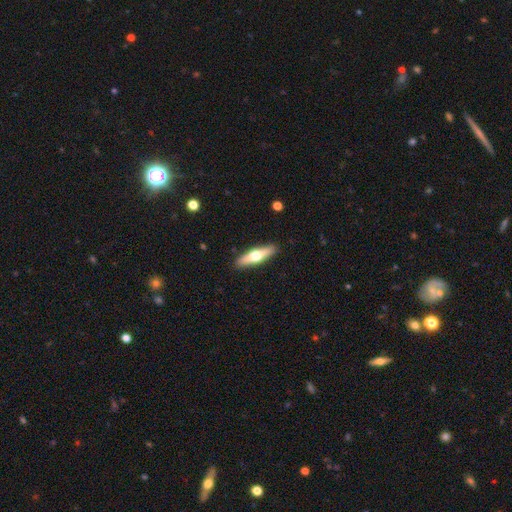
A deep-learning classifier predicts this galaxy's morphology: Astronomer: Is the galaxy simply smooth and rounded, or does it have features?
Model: smooth — 49% (runner-up: featured or disk, 46%).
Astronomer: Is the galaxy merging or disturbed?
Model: none — 90%.